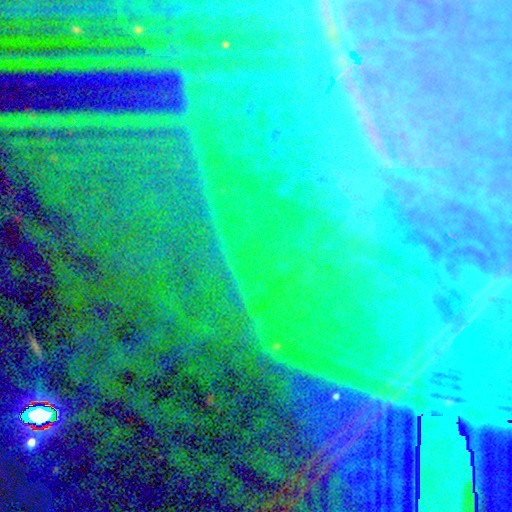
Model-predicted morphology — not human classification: Smooth or featured? Predicted: star or artifact (p=0.83).